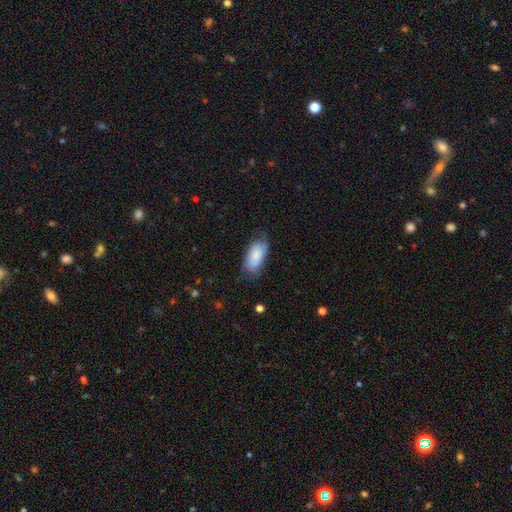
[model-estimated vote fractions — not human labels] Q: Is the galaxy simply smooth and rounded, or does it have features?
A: smooth — 68%.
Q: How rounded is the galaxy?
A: in between — 92%.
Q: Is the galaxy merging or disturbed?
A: none — 58%.